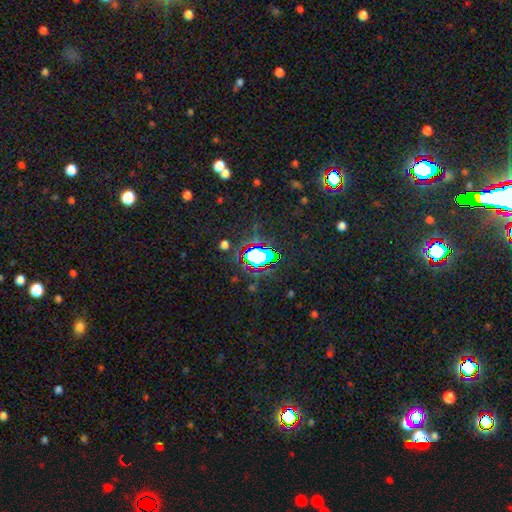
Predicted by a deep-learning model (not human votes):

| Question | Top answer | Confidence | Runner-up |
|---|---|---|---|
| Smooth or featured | star or artifact | 66% | smooth (23%) |